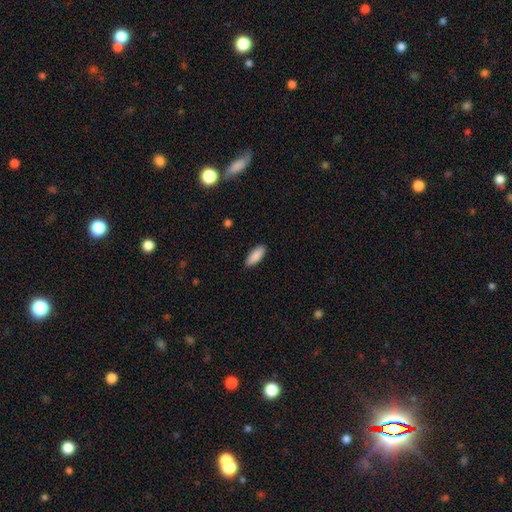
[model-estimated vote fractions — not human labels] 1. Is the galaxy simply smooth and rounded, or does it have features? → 90% smooth, 6% star or artifact, 4% featured or disk.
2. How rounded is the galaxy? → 77% in between, 21% cigar-shaped, 2% round.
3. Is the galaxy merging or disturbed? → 89% none, 8% minor disturbance, 2% major disturbance, 1% merger.